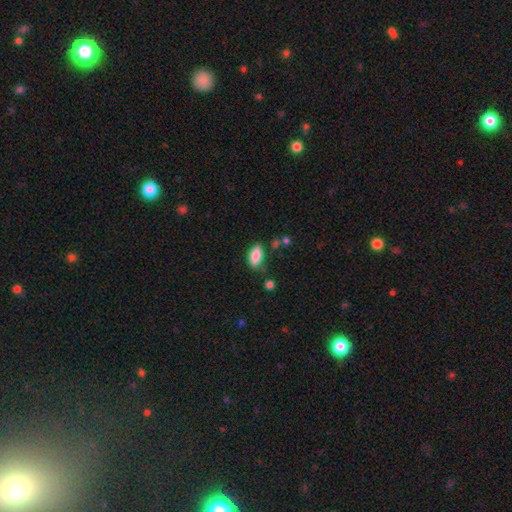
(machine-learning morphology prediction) smooth_or_featured: smooth (p=0.84) [alt: featured or disk p=0.09]
how_rounded: in between (p=0.88) [alt: cigar-shaped p=0.08]
merging: none (p=0.72) [alt: minor disturbance p=0.20]